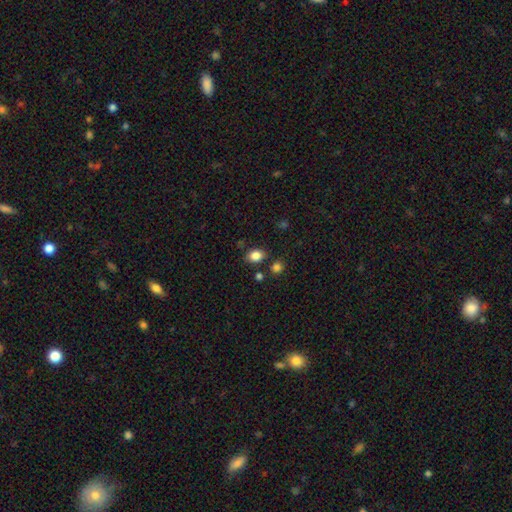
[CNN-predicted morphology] Q: Smooth or featured?
A: smooth (85%); runner-up: star or artifact (11%)
Q: How rounded?
A: in between (59%); runner-up: round (40%)
Q: Merging?
A: none (79%); runner-up: minor disturbance (11%)